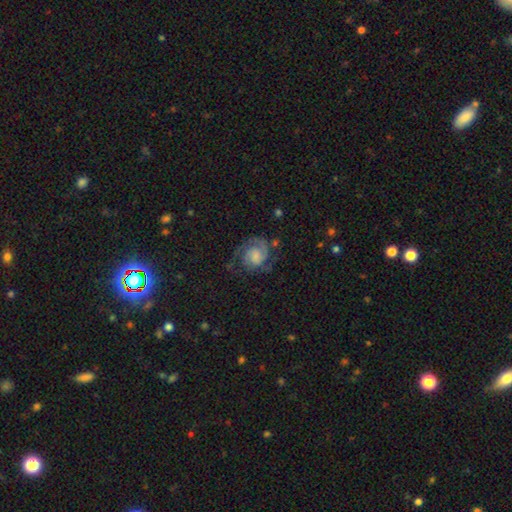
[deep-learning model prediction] featured or disk 79%, smooth 14%, star or artifact 7%. Down the decision tree: edge-on disk — no (98%); bar — no (58%); spiral arms — yes (96%); spiral arm count — 2 (71%); spiral winding — medium (44%); bulge size — none (28%); merging — none (64%).